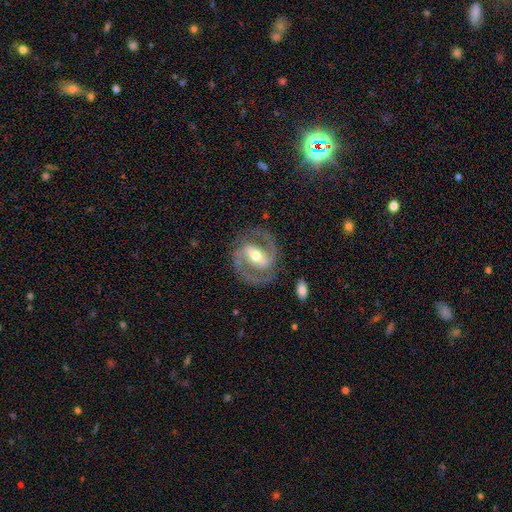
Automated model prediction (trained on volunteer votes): A featured or disk galaxy (88%) with a strong bar (57%), 2 (91%) medium (59%) spiral arms (94%) and a moderate central bulge (65%).

Vote fractions:
- Smooth or featured? featured or disk: 88% / smooth: 7% / star or artifact: 5%
- Edge-on disk? no: 96% / yes: 4%
- Bar? strong: 57% / weak: 31% / no: 12%
- Spiral arms? yes: 94% / no: 6%
- Spiral winding? medium: 59% / tight: 28% / loose: 13%
- Spiral arm count? 2: 91% / can't tell: 3% / 1: 2% / 3: 1% / 4: 1% / more than 4: 1%
- Bulge size? moderate: 65% / small: 27% / large: 6% / dominant: 1% / none: 1%
- Merging? none: 80% / minor disturbance: 12% / major disturbance: 7% / merger: 2%